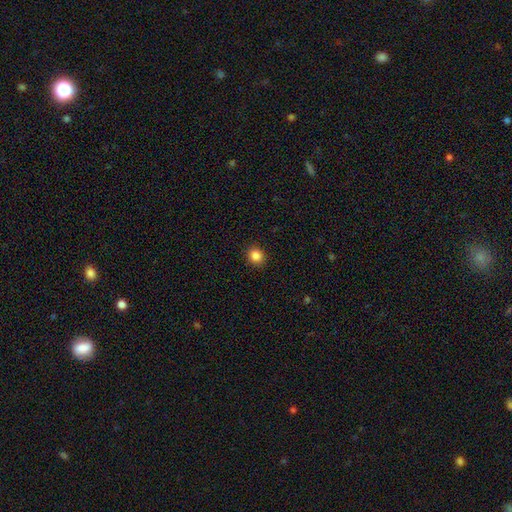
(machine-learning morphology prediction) smooth-or-featured: smooth: 85% | star or artifact: 11% | featured or disk: 4%
  how-rounded: round: 80% | in between: 19% | cigar-shaped: 1%
  merging: none: 91% | minor disturbance: 6% | major disturbance: 2% | merger: 1%